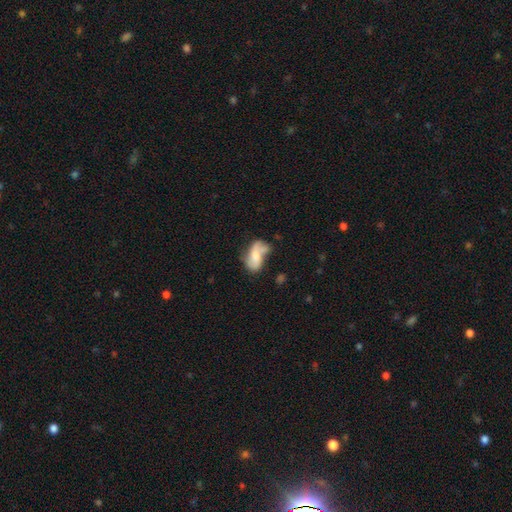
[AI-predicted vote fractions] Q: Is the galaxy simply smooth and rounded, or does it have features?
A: smooth — 48%.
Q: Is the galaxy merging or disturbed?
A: none — 35%.